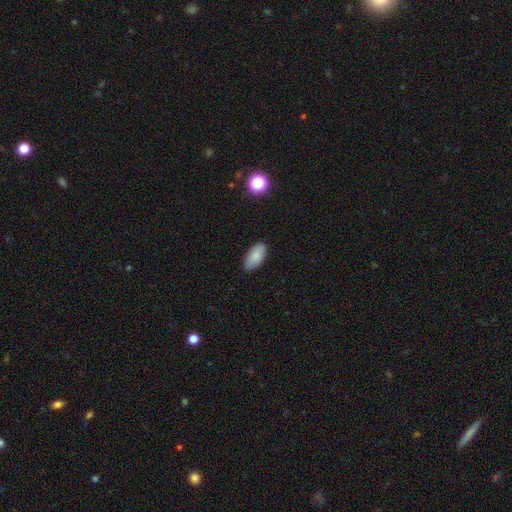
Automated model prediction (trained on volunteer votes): The model was most divided on "merging": none: 83%, minor disturbance: 14%, major disturbance: 2%, merger: 1%. More confident: how rounded — in between (94%); smooth or featured — smooth (83%).